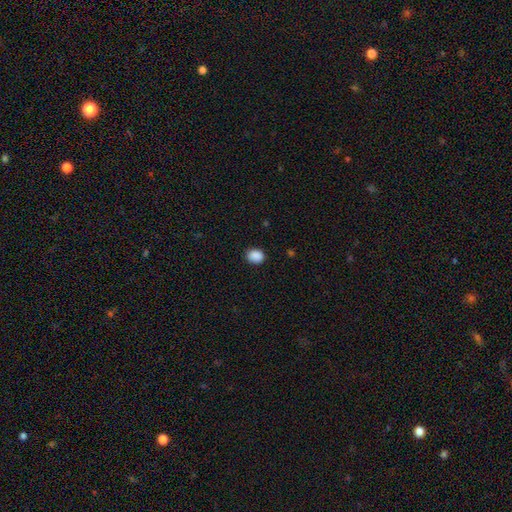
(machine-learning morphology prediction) smooth-or-featured: smooth: 89% | star or artifact: 8% | featured or disk: 3%
  how-rounded: round: 56% | in between: 43% | cigar-shaped: 1%
  merging: none: 86% | minor disturbance: 10% | major disturbance: 2% | merger: 1%